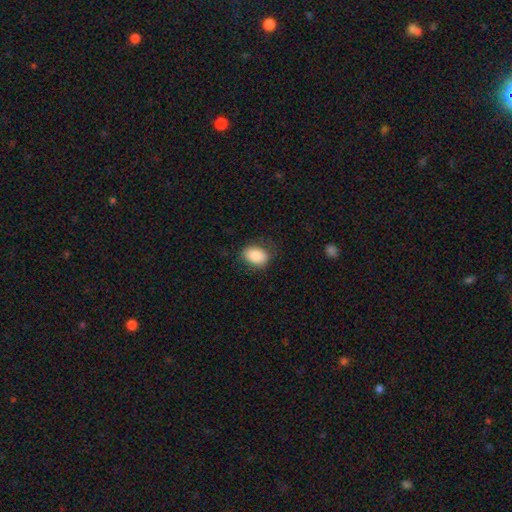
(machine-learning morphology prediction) Smooth or featured? smooth (87%)
How rounded? in between (78%)
Merging? none (78%)